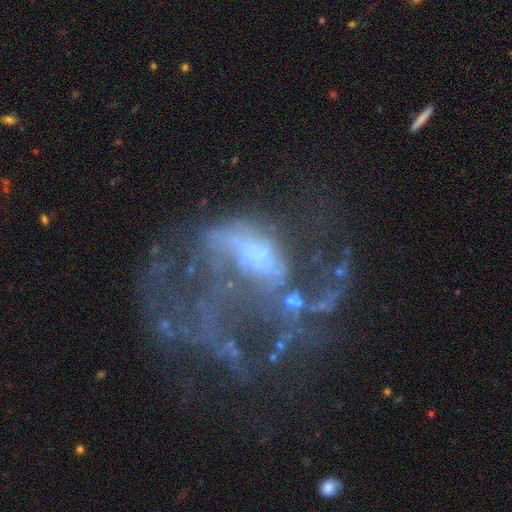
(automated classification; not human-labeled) Overall: featured or disk (71%). Edge-on disk: no (97%). Bar: no (71%). Spiral arms: no (53%; yes 47%). Bulge size: none (37%; small 35%). Merging: major disturbance (52%; none 22%).